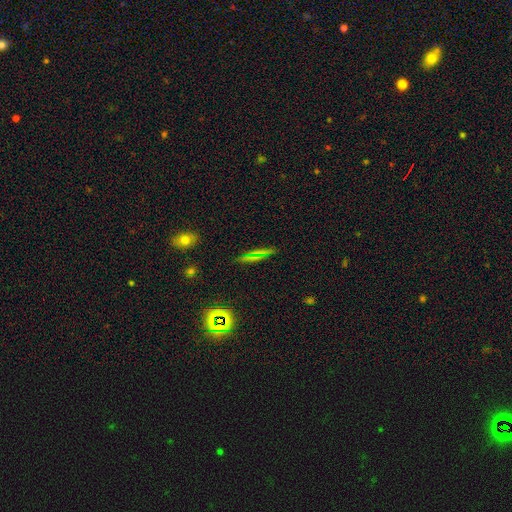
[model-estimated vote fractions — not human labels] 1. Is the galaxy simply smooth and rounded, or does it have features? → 49% smooth, 32% star or artifact, 19% featured or disk.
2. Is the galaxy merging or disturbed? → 87% none, 8% minor disturbance, 2% major disturbance, 2% merger.